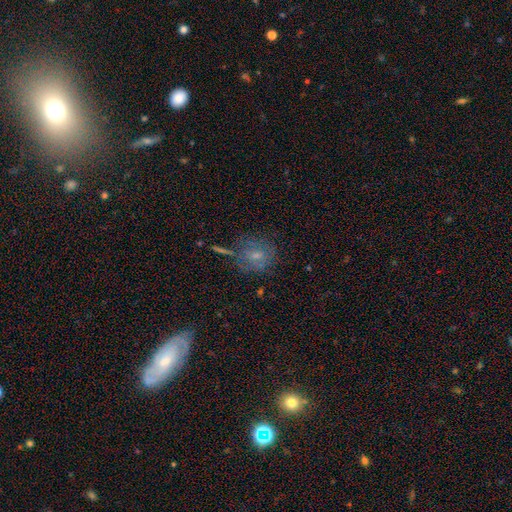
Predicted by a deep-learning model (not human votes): Smooth or featured? smooth (55%)
How rounded? round (71%)
Merging? none (65%)